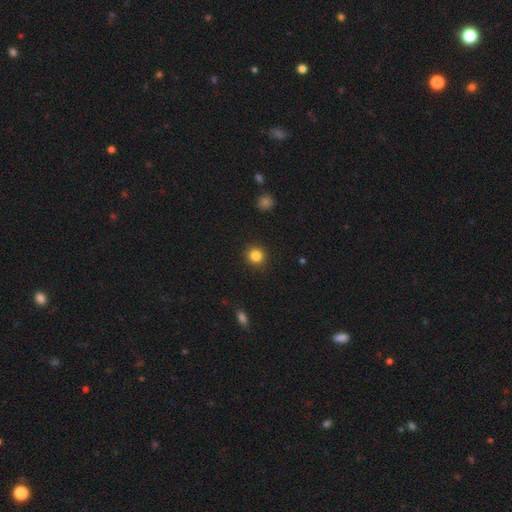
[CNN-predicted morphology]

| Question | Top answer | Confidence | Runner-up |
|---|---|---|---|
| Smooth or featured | smooth | 84% | star or artifact (11%) |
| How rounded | round | 92% | in between (7%) |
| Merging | none | 92% | minor disturbance (5%) |